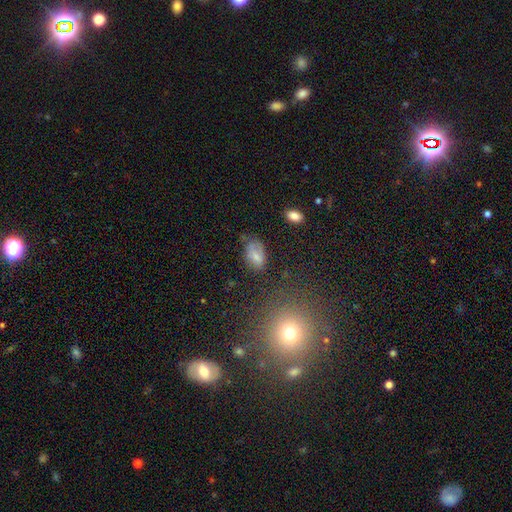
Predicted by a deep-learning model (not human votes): Smooth or featured? smooth (70%)
How rounded? in between (91%)
Merging? none (54%)